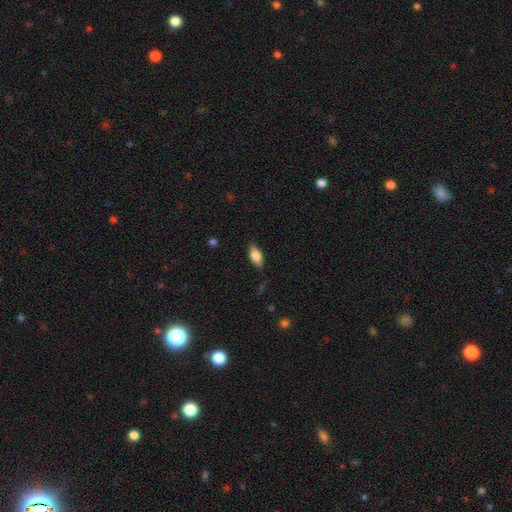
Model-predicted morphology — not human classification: Smooth or featured? Predicted: smooth (p=0.74). How rounded? Predicted: in between (p=0.82). Merging? Predicted: none (p=0.81).